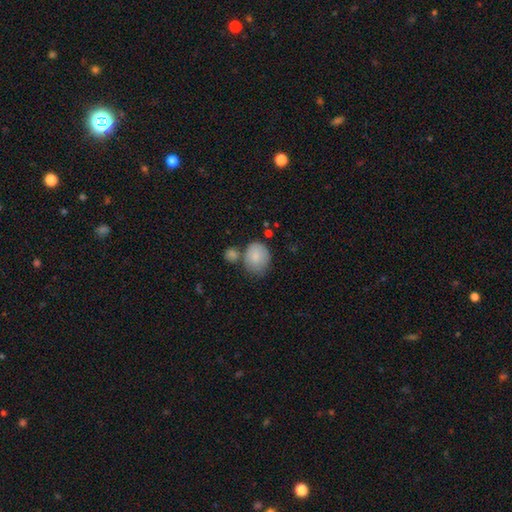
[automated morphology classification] smooth-or-featured: smooth: 83% | featured or disk: 10% | star or artifact: 7%
  how-rounded: round: 55% | in between: 44% | cigar-shaped: 1%
  merging: none: 52% | minor disturbance: 23% | merger: 18% | major disturbance: 7%